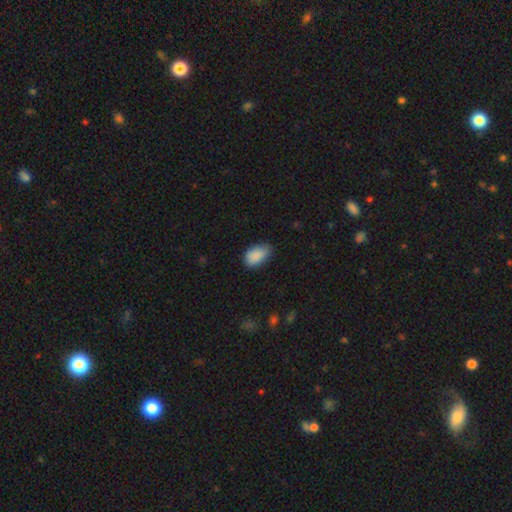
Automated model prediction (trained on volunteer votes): Morphology: type=smooth (89%); roundness=in between (92%); merging=none (70%).